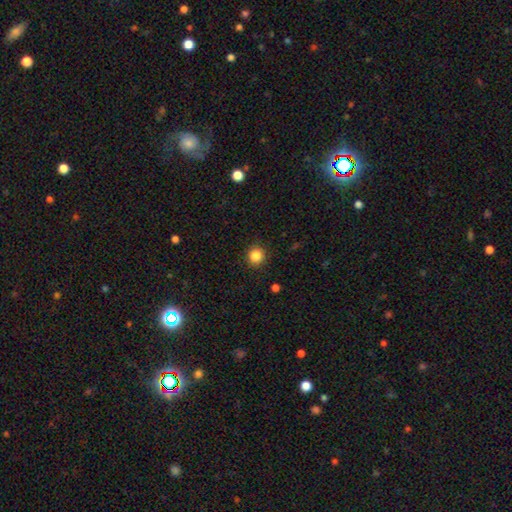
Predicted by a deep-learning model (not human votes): Morphology: type=smooth (85%); roundness=round (91%); merging=none (91%).